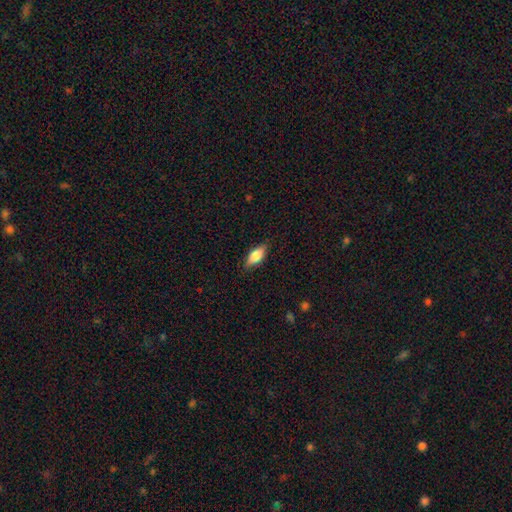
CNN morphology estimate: A smooth galaxy with no disk features (73%) that is in between round and cigar-shaped (81%). Merging: none (83%).